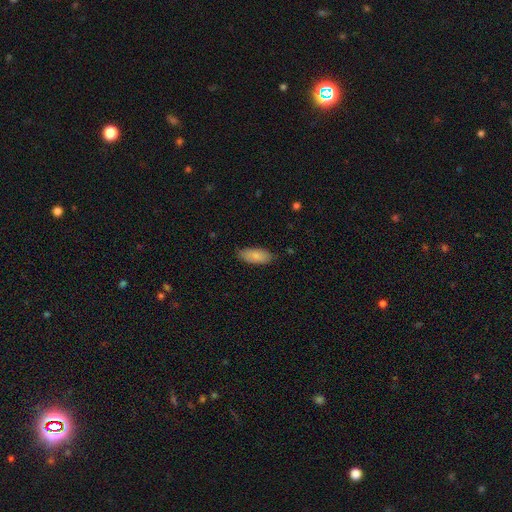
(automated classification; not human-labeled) Q: Smooth or featured?
A: smooth (85%); runner-up: featured or disk (9%)
Q: How rounded?
A: in between (86%); runner-up: cigar-shaped (12%)
Q: Merging?
A: none (81%); runner-up: minor disturbance (15%)